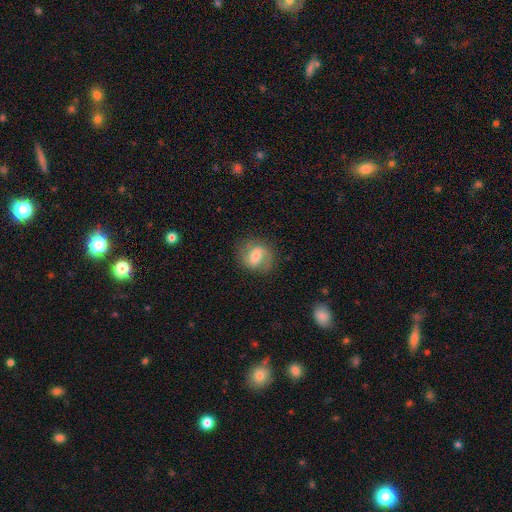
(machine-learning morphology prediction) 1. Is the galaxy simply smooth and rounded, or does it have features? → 55% featured or disk, 37% smooth, 8% star or artifact.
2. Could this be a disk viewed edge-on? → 97% no, 3% yes.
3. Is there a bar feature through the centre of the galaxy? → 48% weak, 27% no, 25% strong.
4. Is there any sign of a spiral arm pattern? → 85% yes, 15% no.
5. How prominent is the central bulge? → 50% moderate, 37% small, 7% large, 4% none, 1% dominant.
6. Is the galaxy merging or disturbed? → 74% none, 16% minor disturbance, 8% major disturbance, 1% merger.